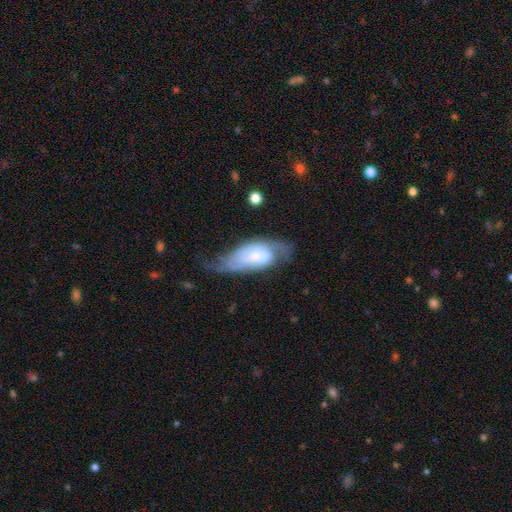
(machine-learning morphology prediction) Smooth or featured? Predicted: featured or disk (p=0.61). Edge-on disk? Predicted: no (p=0.90). Bar? Predicted: no (p=0.63). Spiral arms? Predicted: yes (p=0.75). Bulge size? Predicted: small (p=0.53). Merging? Predicted: none (p=0.34).